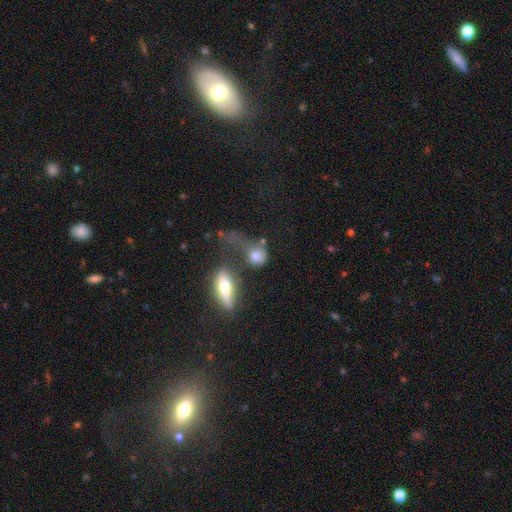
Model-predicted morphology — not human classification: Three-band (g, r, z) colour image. It shows a smooth galaxy with no disk features (69%) that is round (60%). Merging: none (32%).